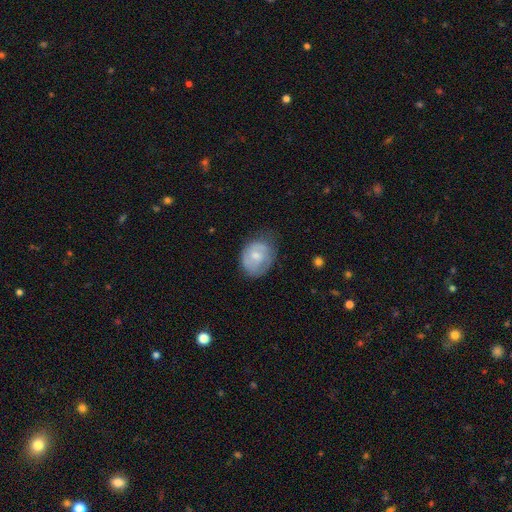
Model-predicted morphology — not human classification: smooth 54%, featured or disk 39%, star or artifact 7%. Down the decision tree: how rounded — in between (51%); merging — none (57%).